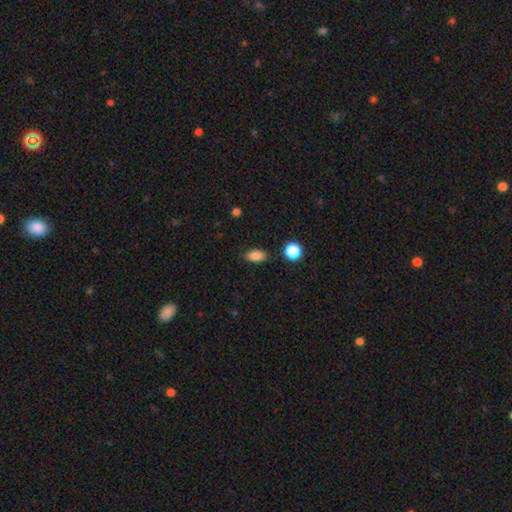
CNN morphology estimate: Q: Smooth or featured?
A: smooth (85%); runner-up: star or artifact (10%)
Q: How rounded?
A: in between (86%); runner-up: round (10%)
Q: Merging?
A: none (84%); runner-up: minor disturbance (12%)